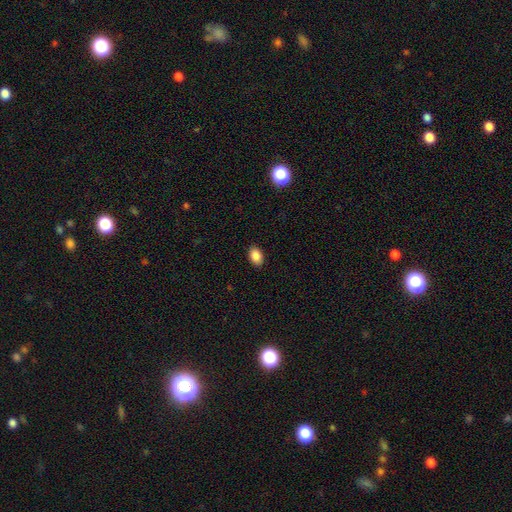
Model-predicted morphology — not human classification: Smooth or featured? smooth (88%)
How rounded? in between (86%)
Merging? none (89%)